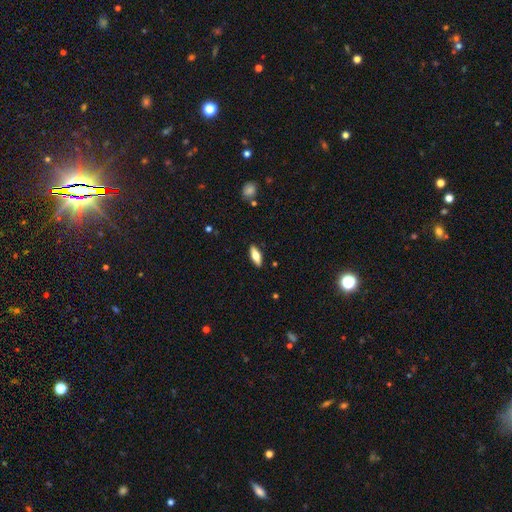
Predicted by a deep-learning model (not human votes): A smooth galaxy with no disk features (61%) that is in between round and cigar-shaped (66%).

Vote fractions:
- Smooth or featured? smooth: 61% / featured or disk: 32% / star or artifact: 6%
- How rounded? in between: 66% / cigar-shaped: 31% / round: 2%
- Merging? none: 88% / minor disturbance: 9% / major disturbance: 2% / merger: 1%